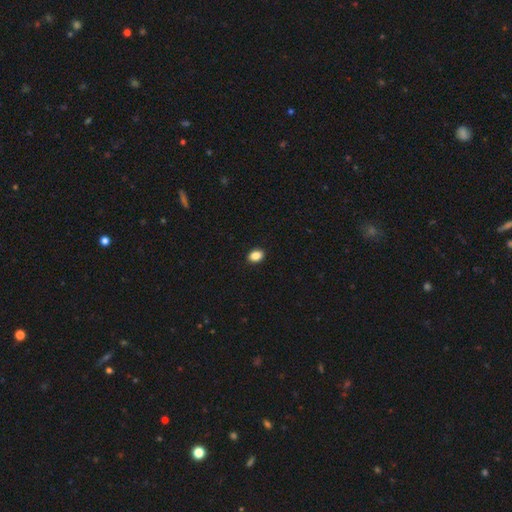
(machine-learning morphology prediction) type=smooth (87%); roundness=in between (73%); merging=none (91%).